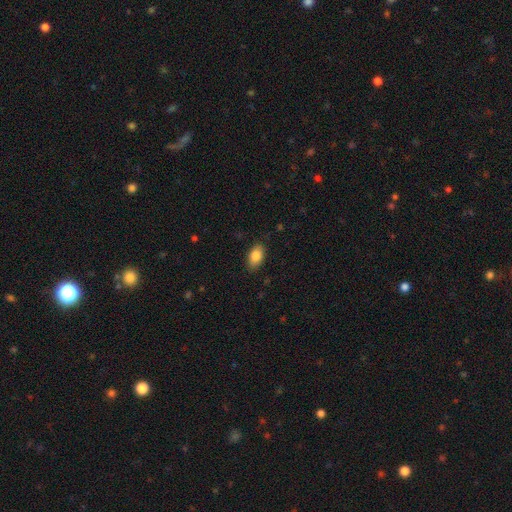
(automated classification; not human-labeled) A smooth galaxy with no disk features (84%) that is in between round and cigar-shaped (91%). Merging: none (86%).